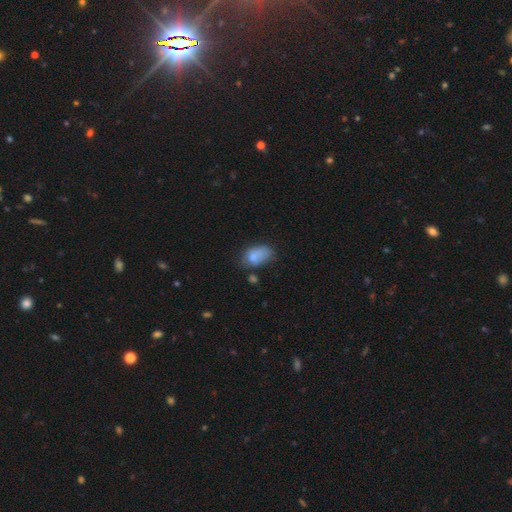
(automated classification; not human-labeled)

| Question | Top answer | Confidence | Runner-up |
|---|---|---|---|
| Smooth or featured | smooth | 77% | featured or disk (14%) |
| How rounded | in between | 87% | round (11%) |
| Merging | none | 40% | minor disturbance (34%) |